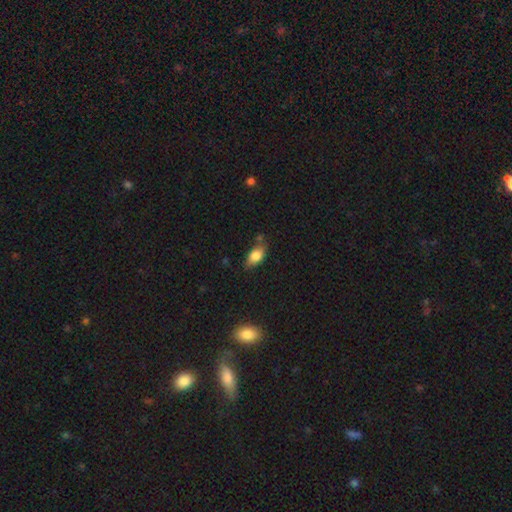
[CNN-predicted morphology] This appears to be a smooth galaxy with no disk features (80%) that is in between round and cigar-shaped (87%). Merging: none (63%).